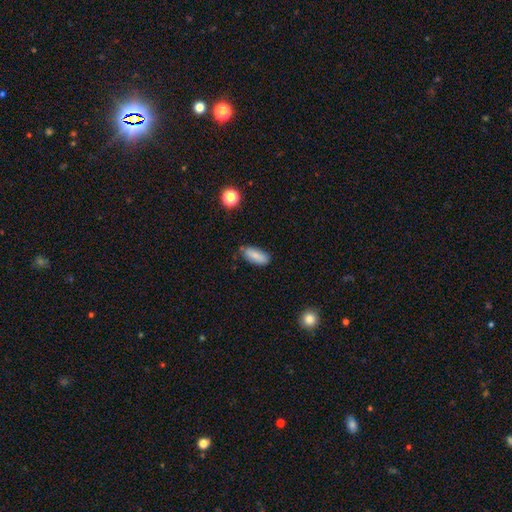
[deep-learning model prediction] Morphology: type=smooth (81%); roundness=in between (76%); merging=none (72%).